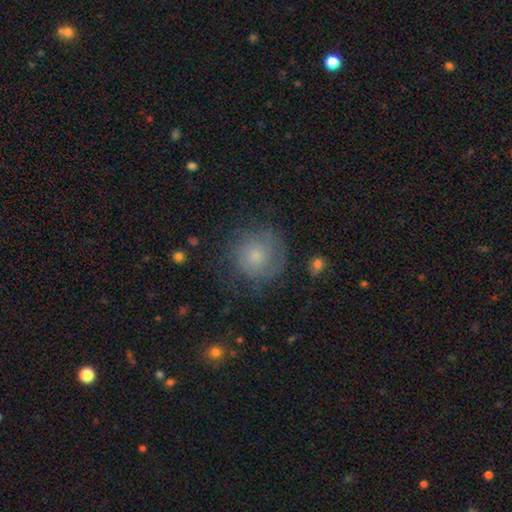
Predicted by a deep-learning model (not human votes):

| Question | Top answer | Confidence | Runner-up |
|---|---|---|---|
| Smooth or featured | smooth | 53% | featured or disk (35%) |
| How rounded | round | 91% | in between (8%) |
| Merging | none | 71% | minor disturbance (18%) |